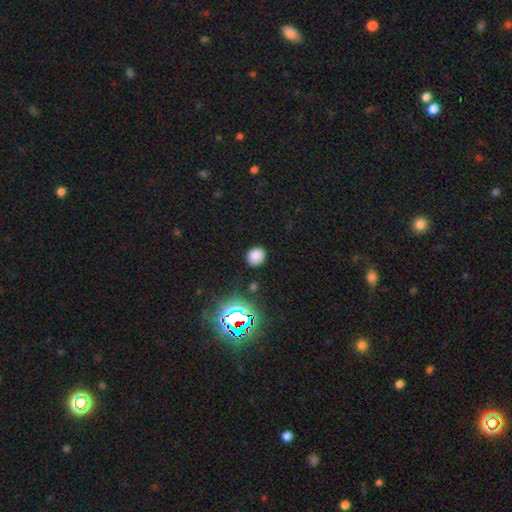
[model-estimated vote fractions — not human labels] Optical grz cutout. It shows a smooth galaxy with no disk features (78%) that is round (76%). Merging: none (87%).